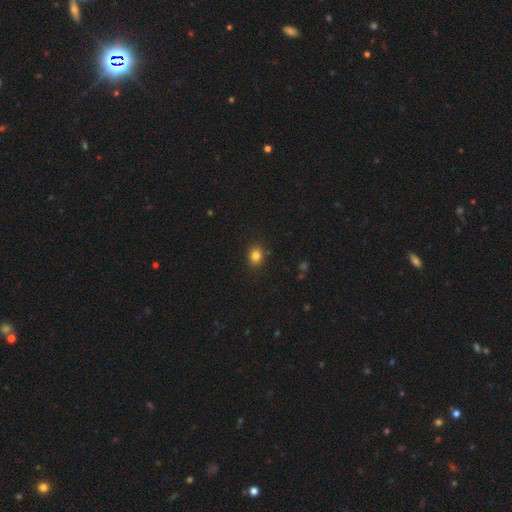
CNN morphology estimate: A smooth galaxy with no disk features (82%) that is round (61%). Merging: none (88%).